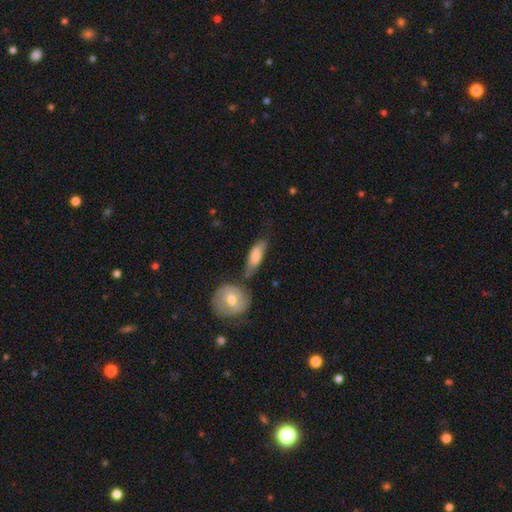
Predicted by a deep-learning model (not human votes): This appears to be a smooth galaxy with no disk features (69%) that is in between round and cigar-shaped (61%). Merging: none (46%).